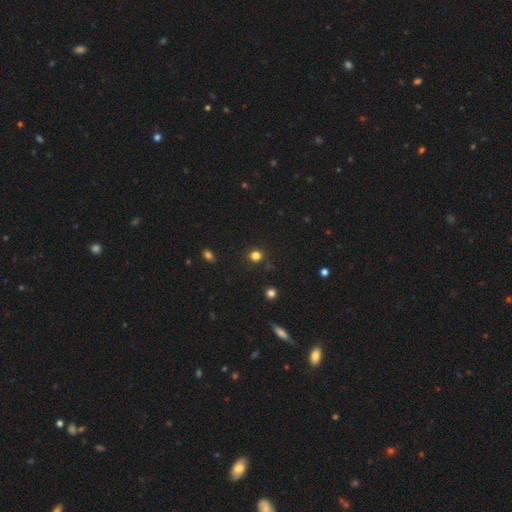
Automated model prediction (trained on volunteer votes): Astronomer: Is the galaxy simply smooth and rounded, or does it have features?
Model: smooth — 78%.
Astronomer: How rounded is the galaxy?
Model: round — 89%.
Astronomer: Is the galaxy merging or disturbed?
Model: none — 88%.